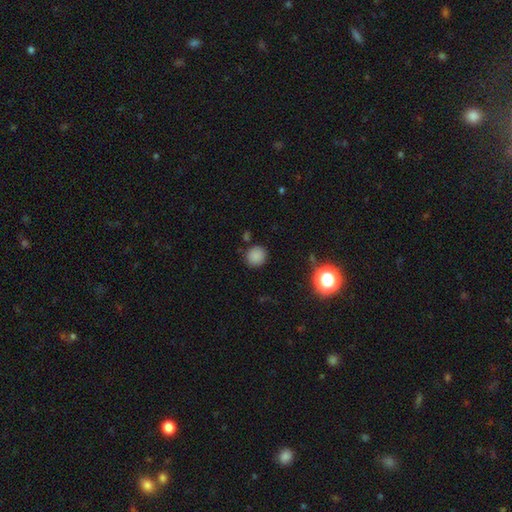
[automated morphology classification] The model was most divided on "smooth or featured": smooth: 83%, star or artifact: 13%, featured or disk: 4%. More confident: how rounded — round (89%); merging — none (85%).